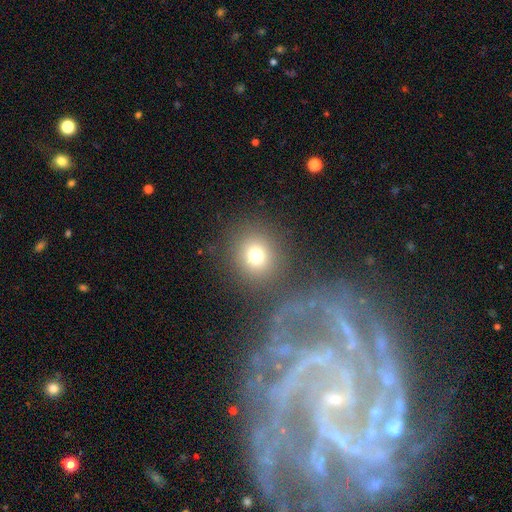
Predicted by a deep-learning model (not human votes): Smooth or featured?
  - smooth: 75% *
  - star or artifact: 14%
  - featured or disk: 10%
How rounded?
  - round: 84% *
  - in between: 15%
  - cigar-shaped: 1%
Merging?
  - none: 74% *
  - merger: 11%
  - minor disturbance: 9%
  - major disturbance: 6%